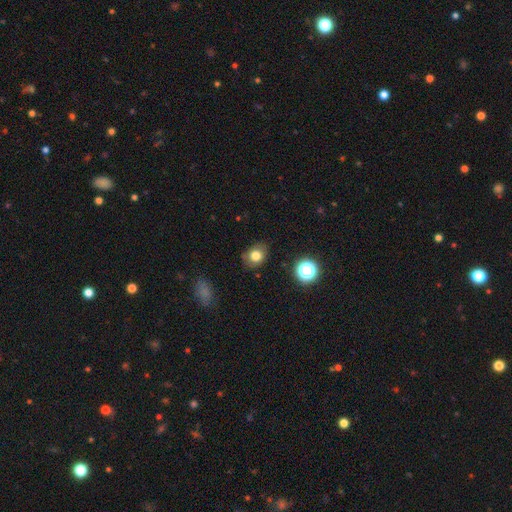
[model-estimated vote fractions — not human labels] smooth 78%, star or artifact 12%, featured or disk 10%. Down the decision tree: how rounded — round (51%); merging — none (78%).